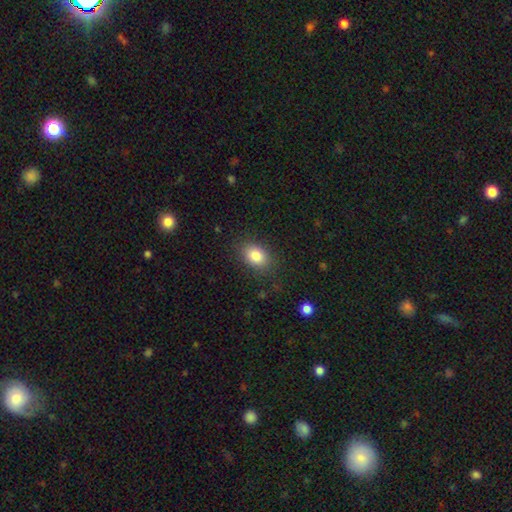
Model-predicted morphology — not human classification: Overall: smooth (84%). How rounded: in between (76%). Merging: none (83%).